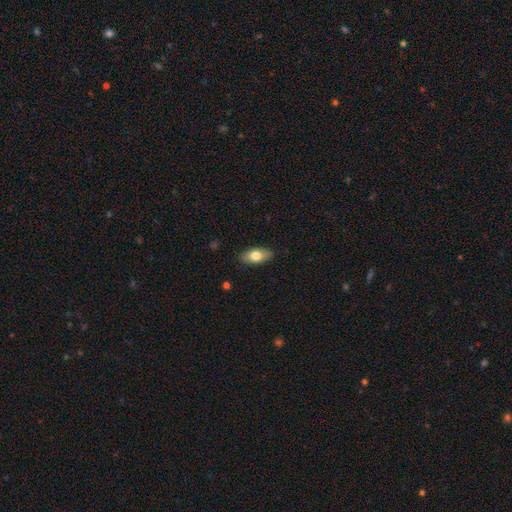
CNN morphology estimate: smooth 75%, featured or disk 18%, star or artifact 6%. Down the decision tree: how rounded — in between (88%); merging — none (88%).